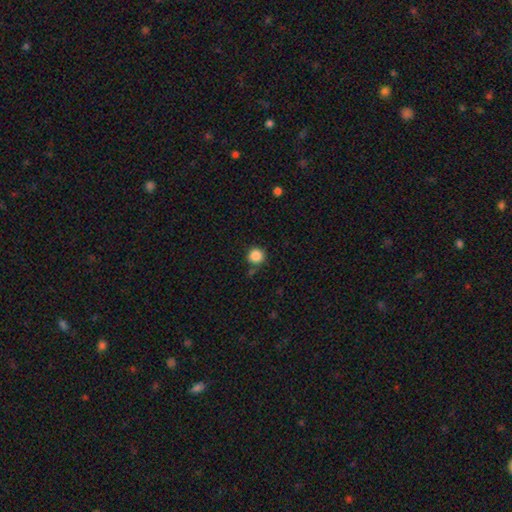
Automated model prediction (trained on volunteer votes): smooth 86%, star or artifact 10%, featured or disk 3%. Down the decision tree: how rounded — round (94%); merging — none (83%).